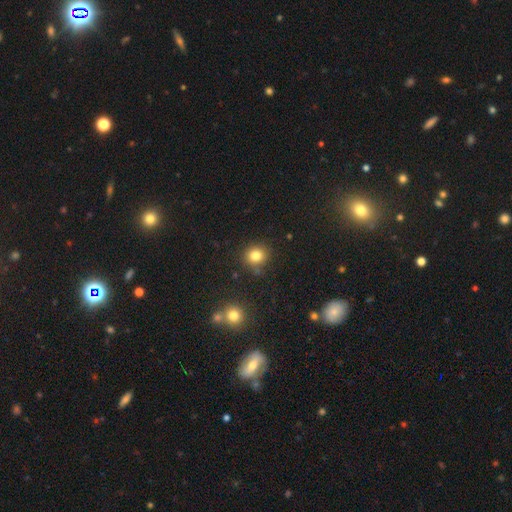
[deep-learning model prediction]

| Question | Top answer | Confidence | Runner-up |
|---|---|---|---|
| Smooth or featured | smooth | 81% | star or artifact (13%) |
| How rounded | round | 83% | in between (16%) |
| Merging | none | 82% | minor disturbance (11%) |